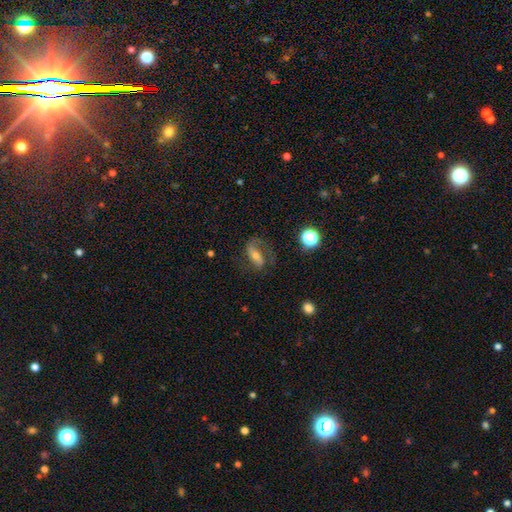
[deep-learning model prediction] smooth_or_featured: featured or disk (p=0.60) [alt: smooth p=0.28]
disk_edge_on: no (p=0.91) [alt: yes p=0.09]
bar: strong (p=0.38) [alt: weak p=0.32]
has_spiral_arms: yes (p=0.84) [alt: no p=0.16]
bulge_size: moderate (p=0.47) [alt: small p=0.40]
merging: none (p=0.60) [alt: minor disturbance p=0.19]